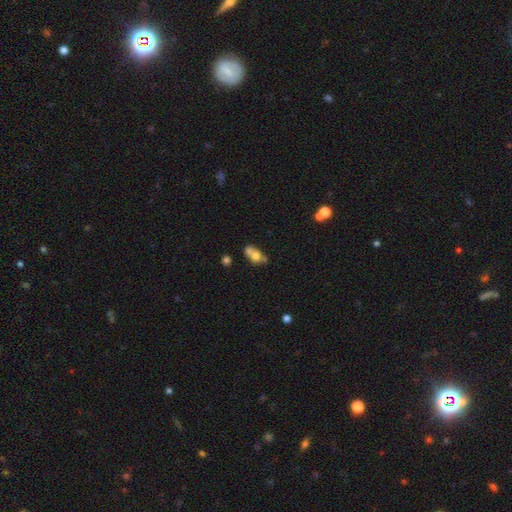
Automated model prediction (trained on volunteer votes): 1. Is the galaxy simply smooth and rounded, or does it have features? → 63% smooth, 26% featured or disk, 11% star or artifact.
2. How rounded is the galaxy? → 58% in between, 39% round, 4% cigar-shaped.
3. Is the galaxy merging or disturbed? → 46% merger, 34% none, 13% minor disturbance, 7% major disturbance.